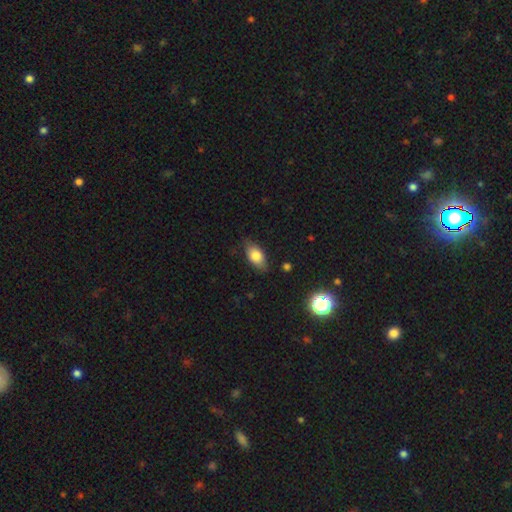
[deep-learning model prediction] This is likely a smooth galaxy (78%). How rounded: clearly in between (89%). Merging: likely none (78%).